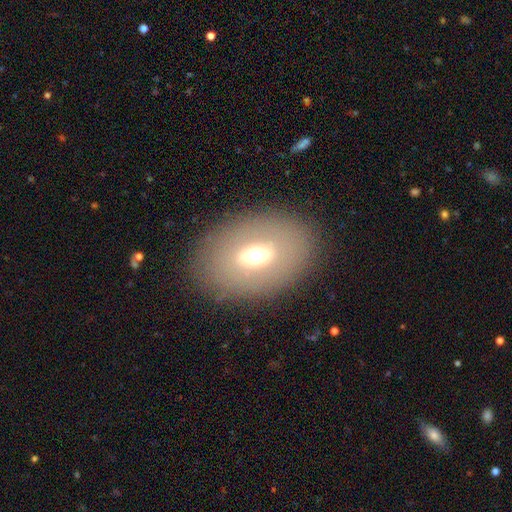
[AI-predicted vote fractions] Smooth or featured?
  - smooth: 50% *
  - featured or disk: 39%
  - star or artifact: 11%
Merging?
  - none: 83% *
  - minor disturbance: 10%
  - major disturbance: 6%
  - merger: 1%